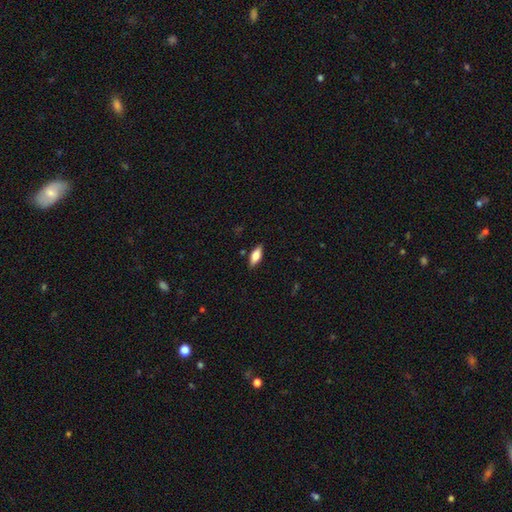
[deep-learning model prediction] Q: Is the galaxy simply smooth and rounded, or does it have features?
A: smooth — 69%.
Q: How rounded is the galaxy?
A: in between — 73%.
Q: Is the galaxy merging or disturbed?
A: none — 86%.